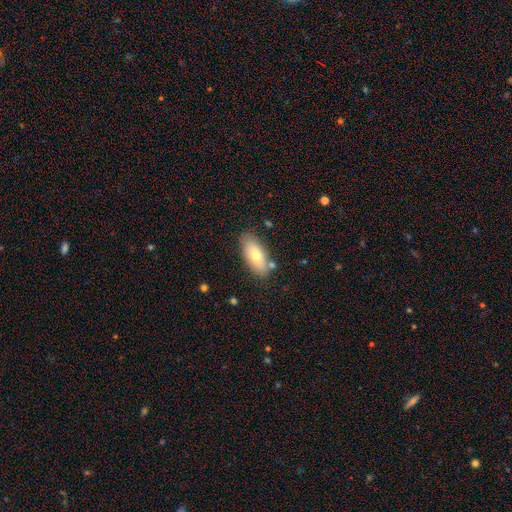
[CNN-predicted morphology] This is likely a smooth galaxy (70%). How rounded: clearly in between (88%). Merging: likely none (79%).